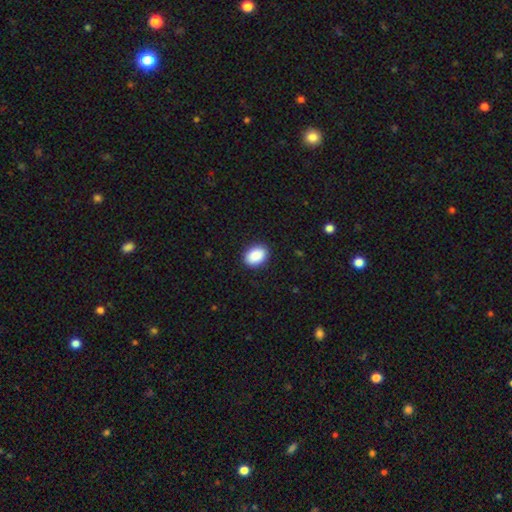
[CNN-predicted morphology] smooth 89%, star or artifact 7%, featured or disk 4%. Down the decision tree: how rounded — in between (77%); merging — none (90%).